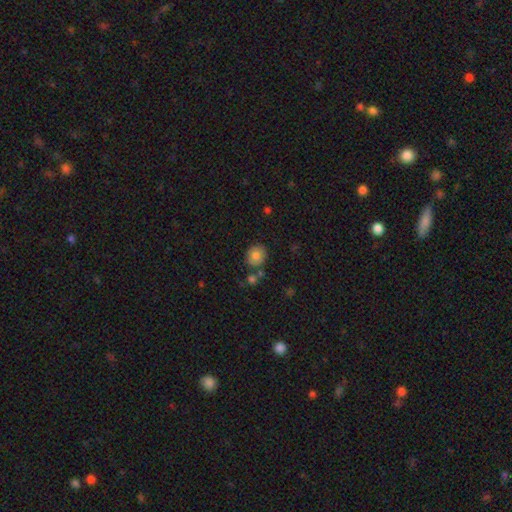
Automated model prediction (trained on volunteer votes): Q: Smooth or featured?
A: smooth (79%); runner-up: featured or disk (12%)
Q: How rounded?
A: round (79%); runner-up: in between (20%)
Q: Merging?
A: none (76%); runner-up: minor disturbance (12%)